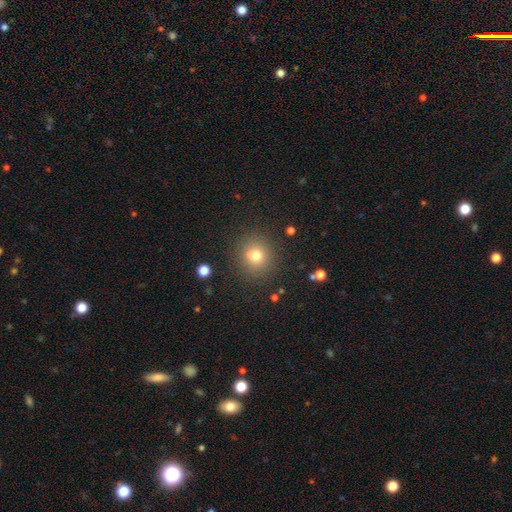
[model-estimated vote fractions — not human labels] Smooth or featured? Predicted: smooth (p=0.71). How rounded? Predicted: round (p=0.89). Merging? Predicted: none (p=0.72).